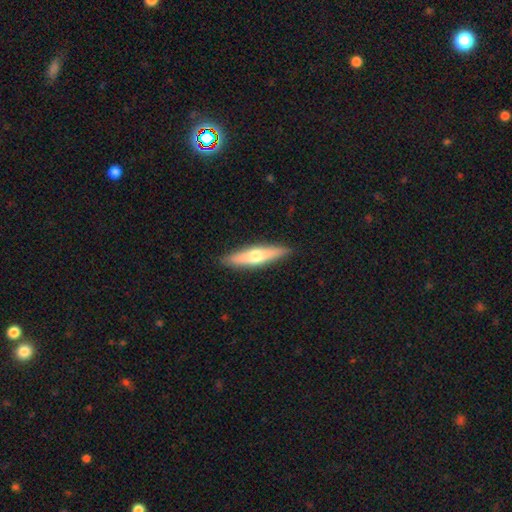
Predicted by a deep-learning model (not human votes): Q: Smooth or featured?
A: smooth (50%); runner-up: featured or disk (45%)
Q: Merging?
A: none (89%); runner-up: minor disturbance (8%)